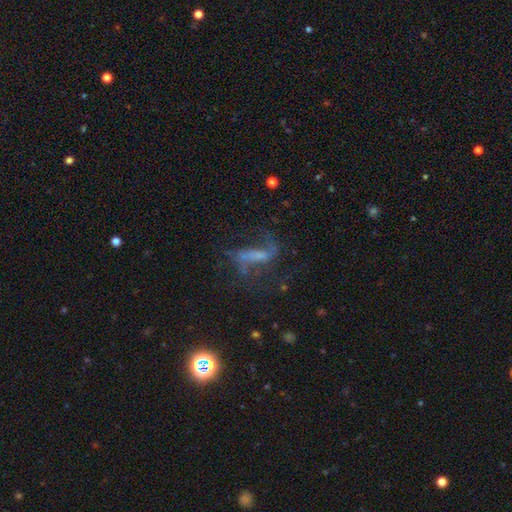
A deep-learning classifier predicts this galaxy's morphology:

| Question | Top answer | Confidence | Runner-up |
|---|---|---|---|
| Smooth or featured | featured or disk | 67% | star or artifact (17%) |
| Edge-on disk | no | 88% | yes (12%) |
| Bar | strong | 39% | weak (34%) |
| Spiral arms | yes | 80% | no (20%) |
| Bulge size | none | 44% | small (30%) |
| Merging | none | 49% | major disturbance (30%) |